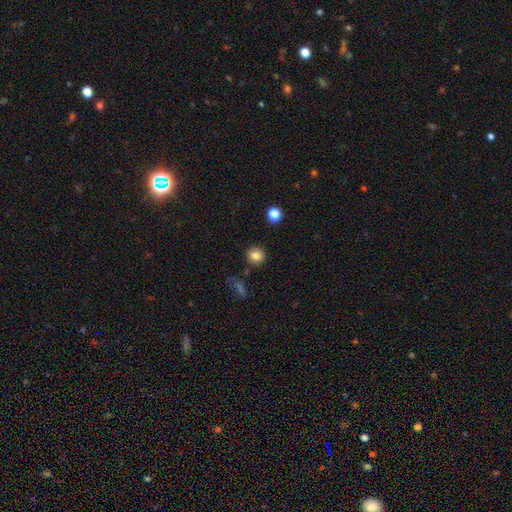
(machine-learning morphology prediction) A smooth galaxy with no disk features (83%) that is round (88%).

Vote fractions:
- Smooth or featured? smooth: 83% / star or artifact: 11% / featured or disk: 6%
- How rounded? round: 88% / in between: 11% / cigar-shaped: 1%
- Merging? none: 87% / minor disturbance: 8% / merger: 3% / major disturbance: 2%